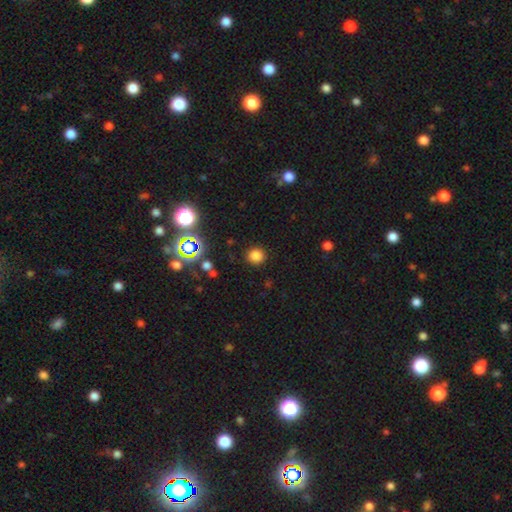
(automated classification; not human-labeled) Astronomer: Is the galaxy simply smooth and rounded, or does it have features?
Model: smooth — 78%.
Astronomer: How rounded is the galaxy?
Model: round — 91%.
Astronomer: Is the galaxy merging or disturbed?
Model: none — 89%.